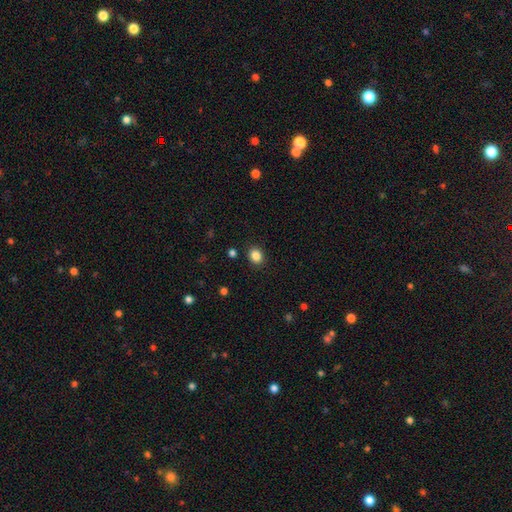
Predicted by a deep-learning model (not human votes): This is clearly a smooth galaxy (85%). How rounded: likely round (63%). Merging: clearly none (89%).